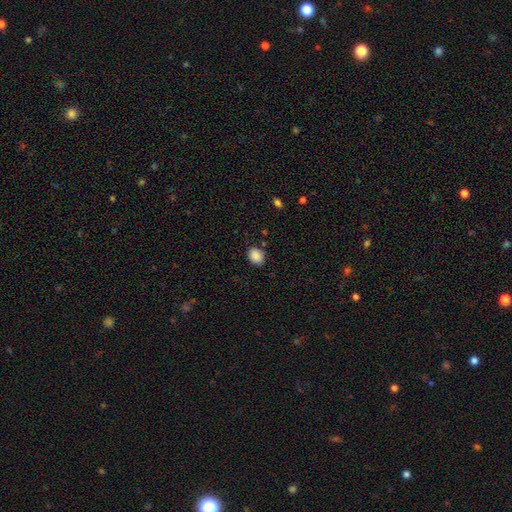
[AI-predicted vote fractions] This appears to be a smooth galaxy with no disk features (88%) that is in between round and cigar-shaped (59%). Merging: none (81%).